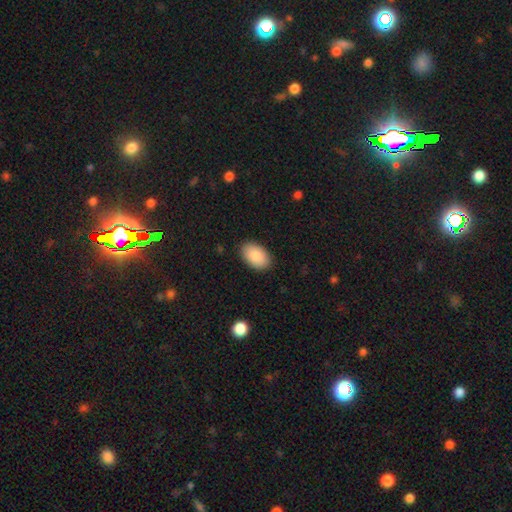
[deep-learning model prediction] smooth 89%, star or artifact 6%, featured or disk 5%. Down the decision tree: how rounded — in between (93%); merging — none (88%).